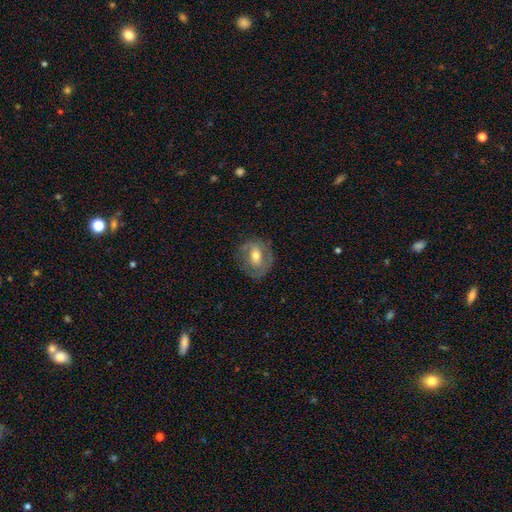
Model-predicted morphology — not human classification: smooth-or-featured: featured or disk: 52% | smooth: 40% | star or artifact: 8%
  disk-edge-on: no: 94% | yes: 6%
  merging: none: 72% | minor disturbance: 18% | major disturbance: 9% | merger: 1%